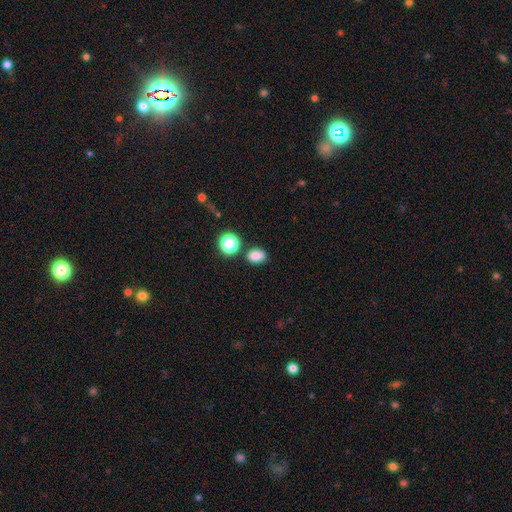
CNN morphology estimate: A smooth galaxy with no disk features (82%) that is in between round and cigar-shaped (69%).

Vote fractions:
- Smooth or featured? smooth: 82% / star or artifact: 14% / featured or disk: 5%
- How rounded? in between: 69% / round: 30% / cigar-shaped: 1%
- Merging? none: 78% / minor disturbance: 11% / merger: 8% / major disturbance: 3%